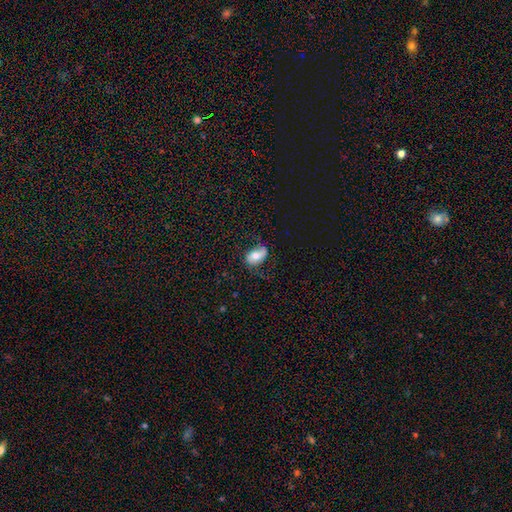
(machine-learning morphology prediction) Q: Smooth or featured?
A: smooth (61%); runner-up: featured or disk (32%)
Q: How rounded?
A: in between (89%); runner-up: round (9%)
Q: Merging?
A: none (57%); runner-up: minor disturbance (29%)